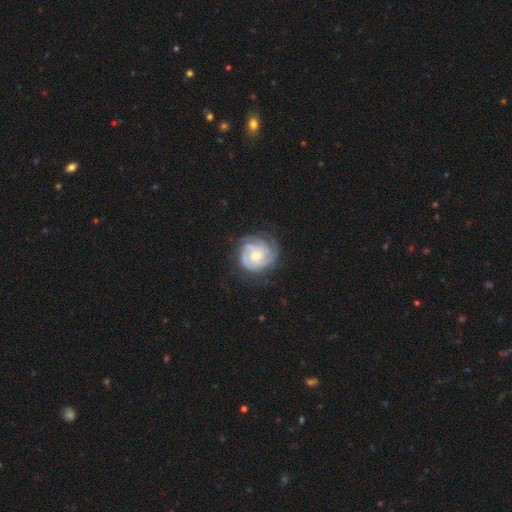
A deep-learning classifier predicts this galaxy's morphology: Smooth or featured? Predicted: featured or disk (p=0.78). Edge-on disk? Predicted: no (p=0.98). Bar? Predicted: no (p=0.74). Spiral arms? Predicted: yes (p=0.95). Spiral winding? Predicted: tight (p=0.69). Spiral arm count? Predicted: can't tell (p=0.31). Bulge size? Predicted: moderate (p=0.51). Merging? Predicted: none (p=0.71).